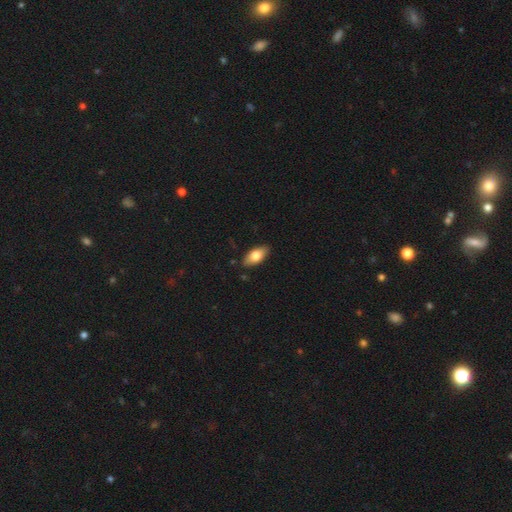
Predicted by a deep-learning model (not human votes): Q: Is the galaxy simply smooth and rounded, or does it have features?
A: smooth — 74%.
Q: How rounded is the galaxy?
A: in between — 88%.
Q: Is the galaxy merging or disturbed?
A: none — 86%.